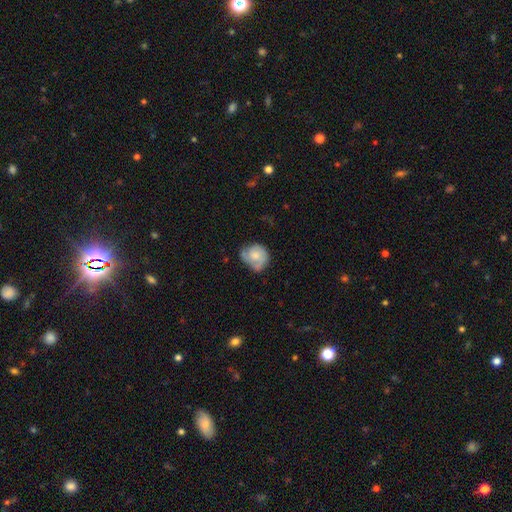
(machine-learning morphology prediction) smooth-or-featured: featured or disk: 47% | smooth: 46% | star or artifact: 7%
  merging: none: 49% | minor disturbance: 33% | major disturbance: 15% | merger: 3%